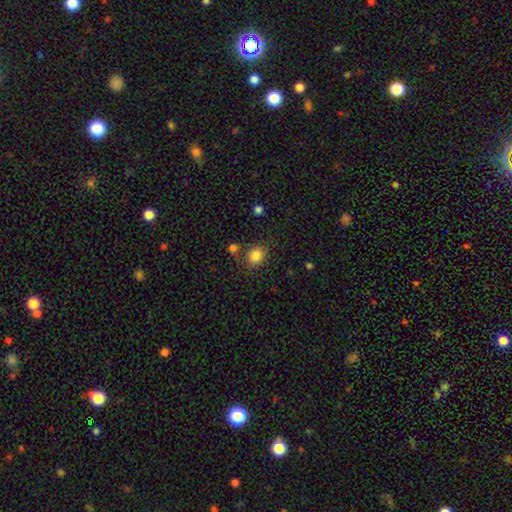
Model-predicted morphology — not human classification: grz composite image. It shows a smooth galaxy with no disk features (84%) that is round (62%). Merging: none (74%).